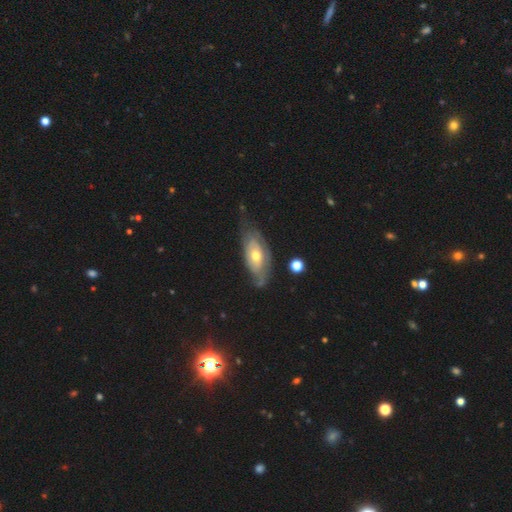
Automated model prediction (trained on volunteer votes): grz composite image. It shows a featured or disk galaxy (65%) with no bar (79%), spiral arms (64%) and a moderate central bulge (67%). Merging: none (55%).